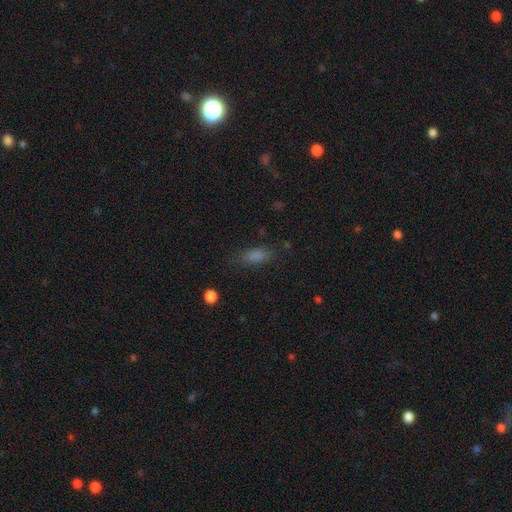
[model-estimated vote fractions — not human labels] A smooth galaxy with no disk features (73%) that is in between round and cigar-shaped (71%). Merging: none (78%).